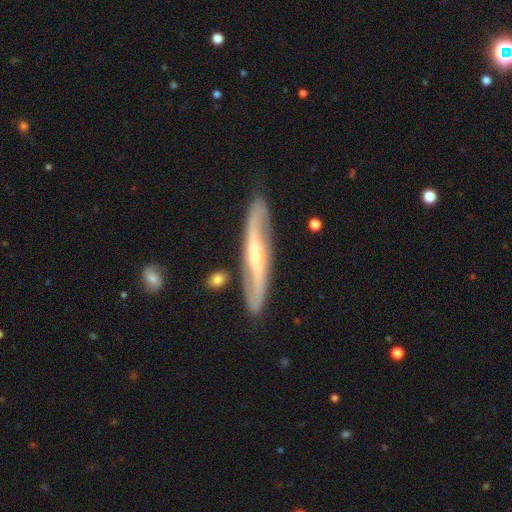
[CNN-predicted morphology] Smooth or featured? Predicted: featured or disk (p=0.82). Edge-on disk? Predicted: no (p=0.60). Merging? Predicted: none (p=0.81).